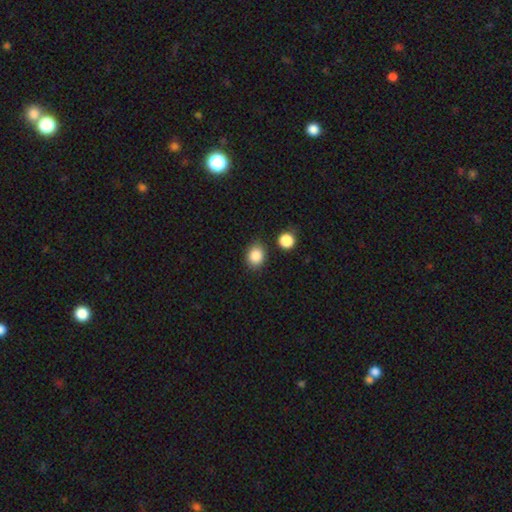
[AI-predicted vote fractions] Smooth or featured? smooth (87%)
How rounded? round (56%)
Merging? none (80%)